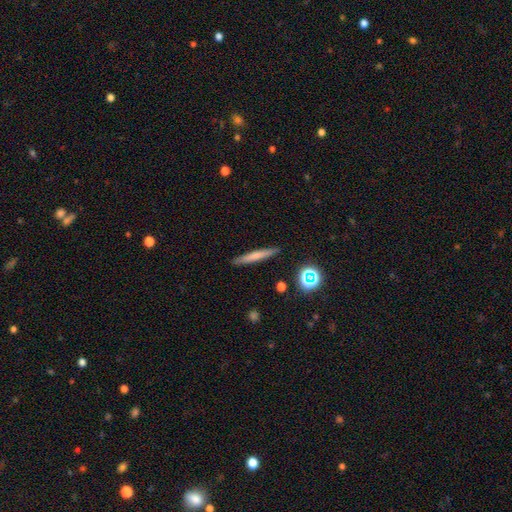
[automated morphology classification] smooth_or_featured: smooth (p=0.60) [alt: featured or disk p=0.31]
how_rounded: cigar-shaped (p=0.95) [alt: in between p=0.04]
merging: none (p=0.90) [alt: minor disturbance p=0.07]